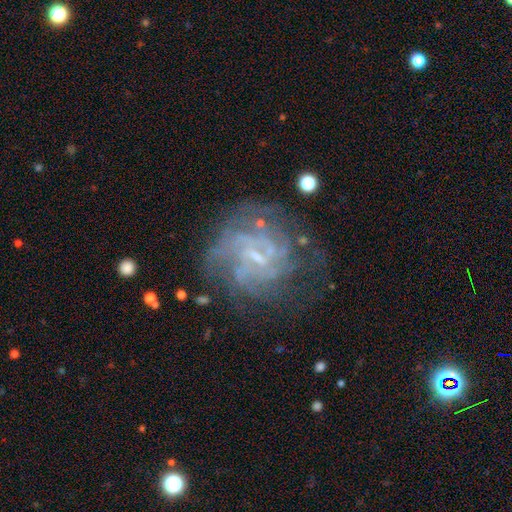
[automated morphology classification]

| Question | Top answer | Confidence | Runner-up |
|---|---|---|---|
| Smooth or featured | featured or disk | 79% | smooth (11%) |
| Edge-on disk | no | 98% | yes (2%) |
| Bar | weak | 51% | no (38%) |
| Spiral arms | yes | 84% | no (16%) |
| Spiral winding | tight | 55% | medium (33%) |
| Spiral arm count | can't tell | 46% | 4 (16%) |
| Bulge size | small | 68% | none (17%) |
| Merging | none | 62% | minor disturbance (18%) |